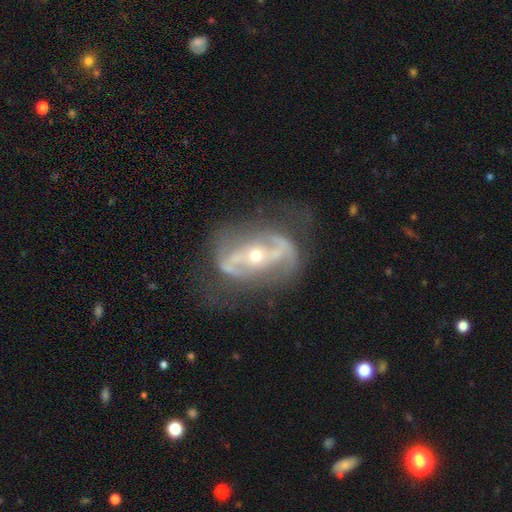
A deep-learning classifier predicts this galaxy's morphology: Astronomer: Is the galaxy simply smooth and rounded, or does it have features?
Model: featured or disk — 86%.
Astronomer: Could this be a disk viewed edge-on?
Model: no — 92%.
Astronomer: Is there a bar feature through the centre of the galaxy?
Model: strong — 58%.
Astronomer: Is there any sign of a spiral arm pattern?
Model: yes — 73%.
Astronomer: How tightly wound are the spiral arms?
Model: medium — 42% (runner-up: loose, 34%).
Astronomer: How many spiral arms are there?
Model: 2 — 80%.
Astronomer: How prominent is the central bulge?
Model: small — 54% (runner-up: moderate, 42%).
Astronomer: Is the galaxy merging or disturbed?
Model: none — 60%.